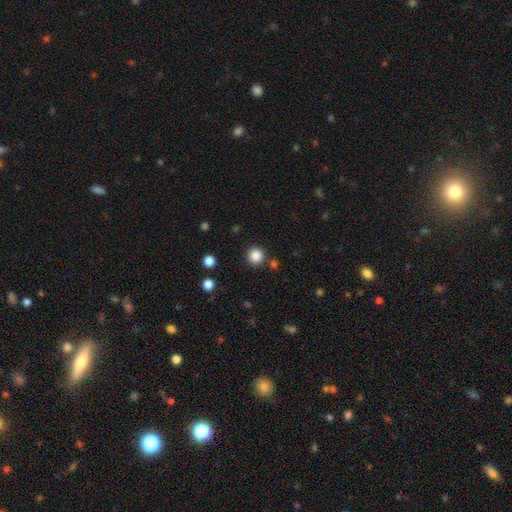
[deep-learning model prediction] smooth-or-featured: smooth: 86% | star or artifact: 11% | featured or disk: 3%
  how-rounded: round: 95% | in between: 4% | cigar-shaped: 1%
  merging: none: 87% | minor disturbance: 6% | merger: 4% | major disturbance: 3%